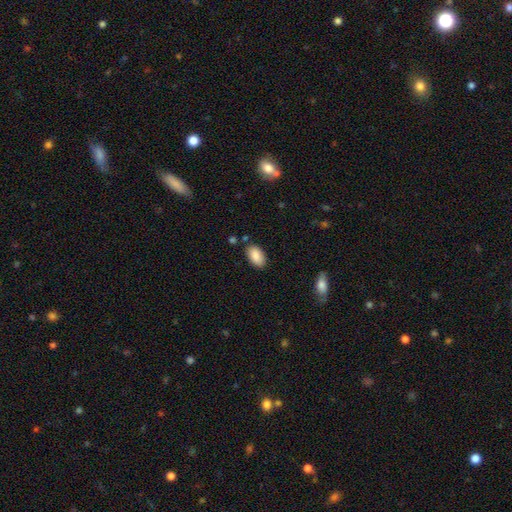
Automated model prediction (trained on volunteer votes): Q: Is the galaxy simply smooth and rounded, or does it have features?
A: smooth — 87%.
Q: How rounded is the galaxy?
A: in between — 94%.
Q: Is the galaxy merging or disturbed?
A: none — 83%.